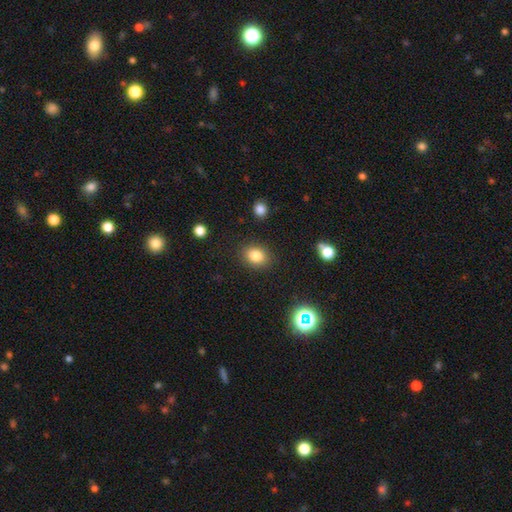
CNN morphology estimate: This appears to be a smooth galaxy with no disk features (82%) that is round (50%). Merging: none (86%).